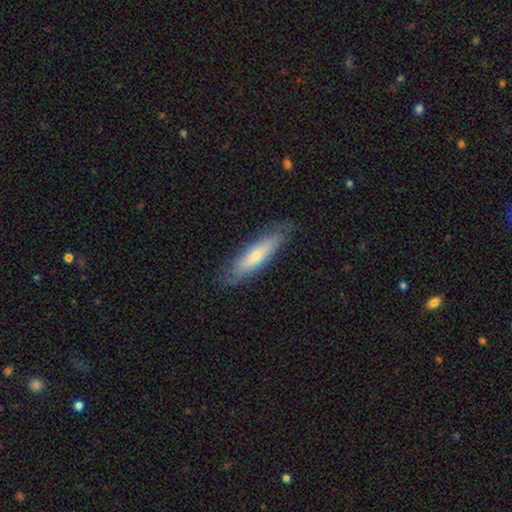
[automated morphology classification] The model was most divided on "smooth or featured": smooth: 60%, featured or disk: 34%, star or artifact: 6%. More confident: merging — none (81%); how rounded — cigar-shaped (75%).